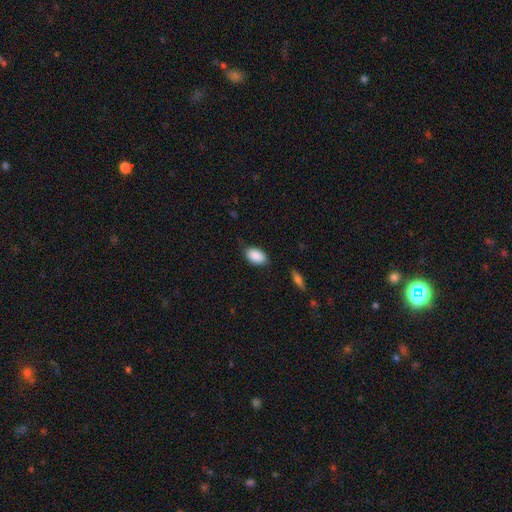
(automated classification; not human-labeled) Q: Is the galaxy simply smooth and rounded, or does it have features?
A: smooth — 89%.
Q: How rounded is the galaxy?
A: in between — 91%.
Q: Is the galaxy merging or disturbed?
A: none — 78%.